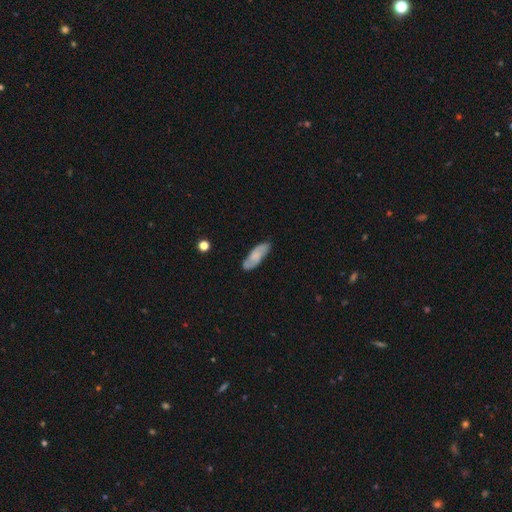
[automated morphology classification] type=smooth (53%); roundness=in between (66%); merging=none (78%).